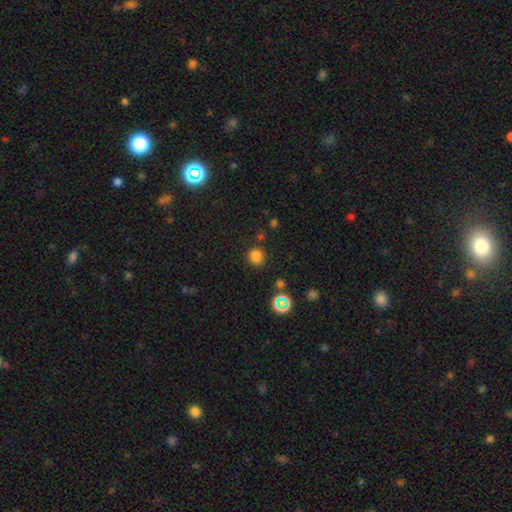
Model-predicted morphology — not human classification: smooth-or-featured: smooth: 76% | star or artifact: 19% | featured or disk: 5%
  how-rounded: round: 89% | in between: 10% | cigar-shaped: 1%
  merging: none: 83% | minor disturbance: 10% | merger: 4% | major disturbance: 3%